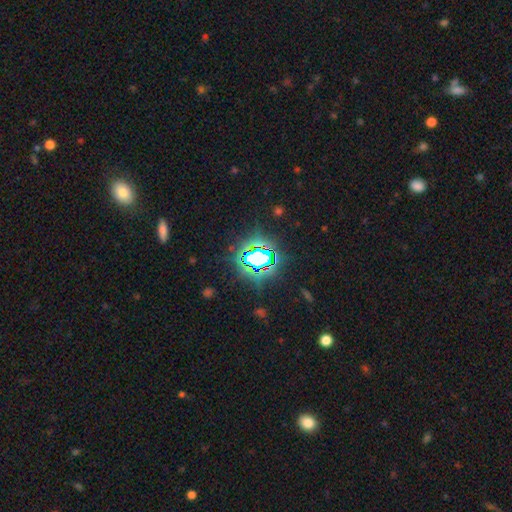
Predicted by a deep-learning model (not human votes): The model was most divided on "smooth or featured": star or artifact: 78%, smooth: 13%, featured or disk: 9%.